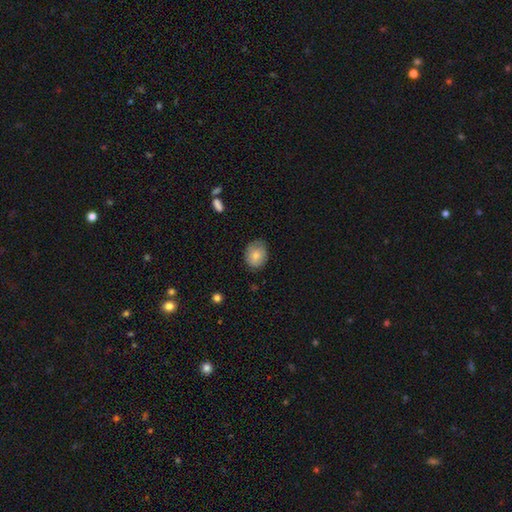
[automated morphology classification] Smooth or featured: smooth — 80% (featured or disk — 13%)
How rounded: round — 58% (in between — 41%)
Merging: none — 73% (minor disturbance — 22%)